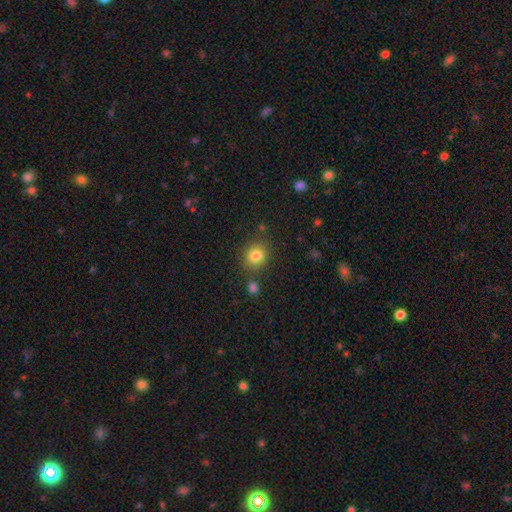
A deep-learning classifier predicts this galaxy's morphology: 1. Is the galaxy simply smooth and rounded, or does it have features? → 82% smooth, 11% star or artifact, 7% featured or disk.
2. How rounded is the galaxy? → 74% round, 25% in between, 1% cigar-shaped.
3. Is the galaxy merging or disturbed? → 79% none, 11% minor disturbance, 7% merger, 3% major disturbance.